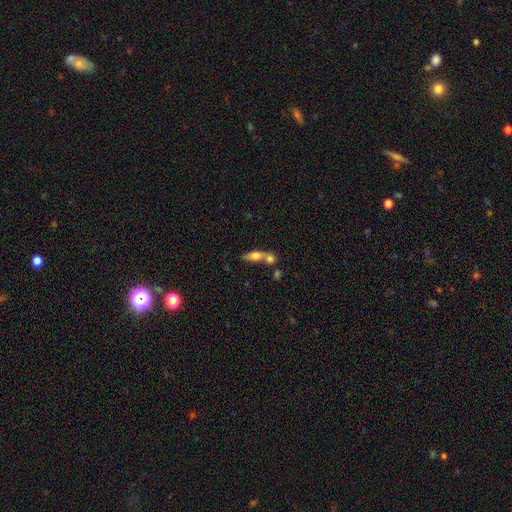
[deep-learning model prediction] smooth-or-featured: smooth: 66% | featured or disk: 25% | star or artifact: 9%
  how-rounded: in between: 62% | cigar-shaped: 26% | round: 12%
  merging: merger: 61% | none: 26% | minor disturbance: 8% | major disturbance: 5%